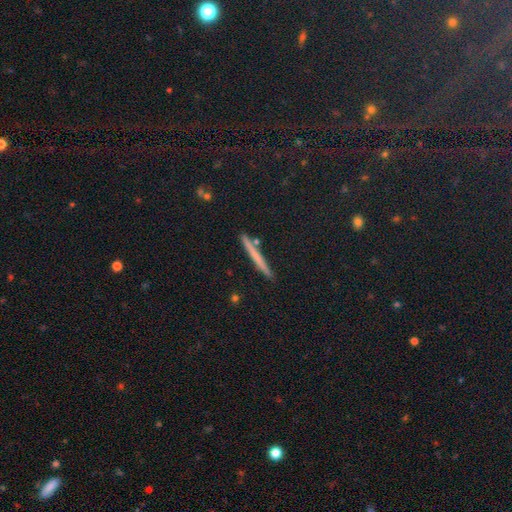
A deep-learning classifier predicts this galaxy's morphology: Overall: smooth (55%; featured or disk 32%). How rounded: cigar-shaped (94%). Merging: none (89%).